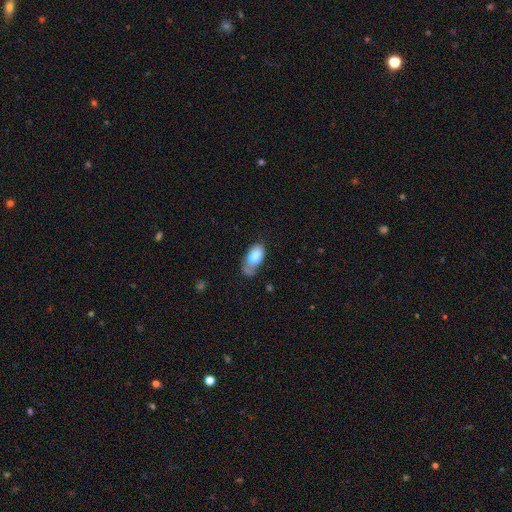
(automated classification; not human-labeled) smooth-or-featured: smooth: 73% | featured or disk: 19% | star or artifact: 8%
  how-rounded: in between: 92% | round: 5% | cigar-shaped: 3%
  merging: none: 29% | minor disturbance: 28% | merger: 24% | major disturbance: 19%